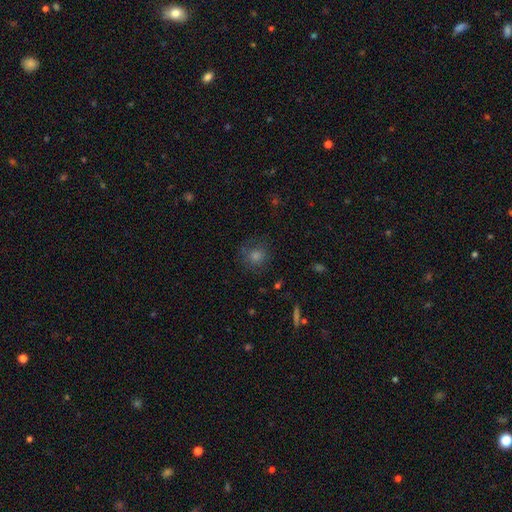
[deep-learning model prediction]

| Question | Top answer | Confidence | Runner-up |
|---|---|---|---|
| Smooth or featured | smooth | 60% | star or artifact (25%) |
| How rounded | round | 89% | in between (9%) |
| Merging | none | 77% | minor disturbance (14%) |